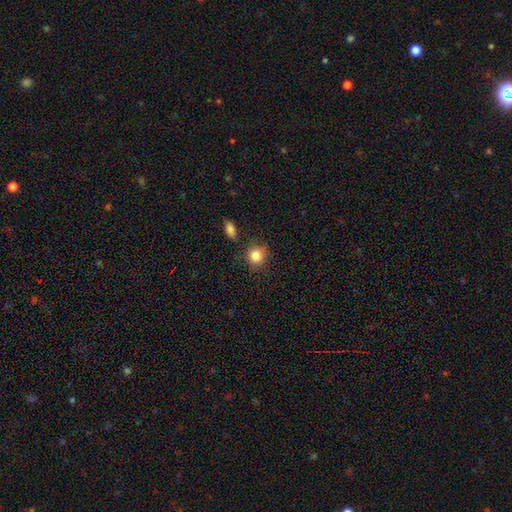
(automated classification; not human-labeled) Morphology: type=smooth (85%); roundness=round (85%); merging=none (78%).